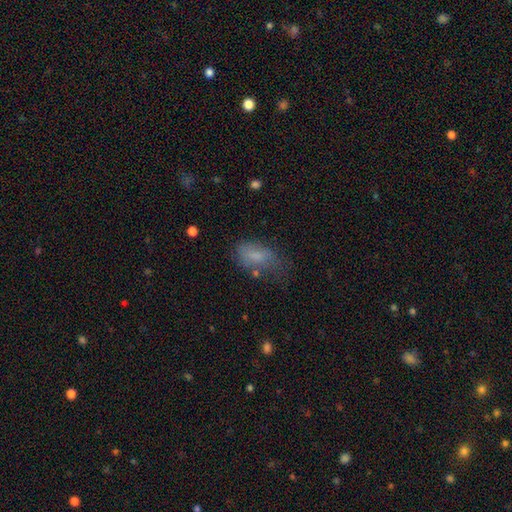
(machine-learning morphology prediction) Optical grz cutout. It shows a smooth galaxy with no disk features (73%) that is in between round and cigar-shaped (90%). Merging: none (44%).